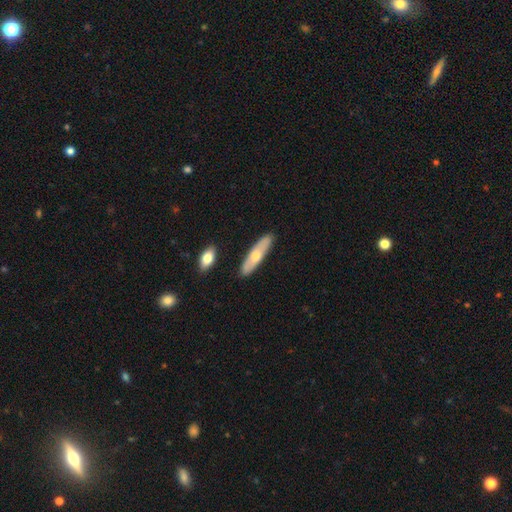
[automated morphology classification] Smooth or featured: smooth — 54% (featured or disk — 40%)
How rounded: cigar-shaped — 70% (in between — 28%)
Merging: none — 88% (minor disturbance — 9%)